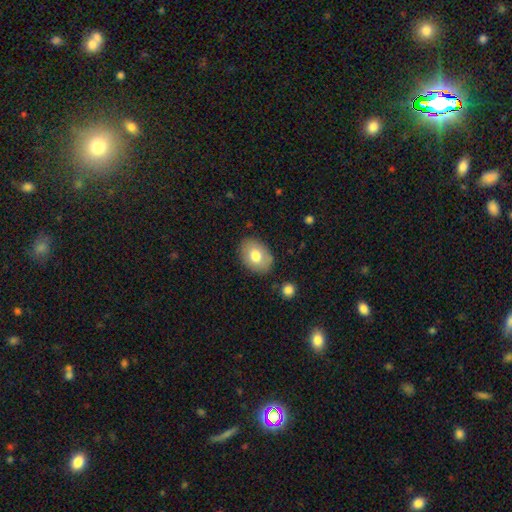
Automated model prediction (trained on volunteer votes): The model was most divided on "how rounded": in between: 77%, round: 22%, cigar-shaped: 1%. More confident: merging — none (83%); smooth or featured — smooth (74%).